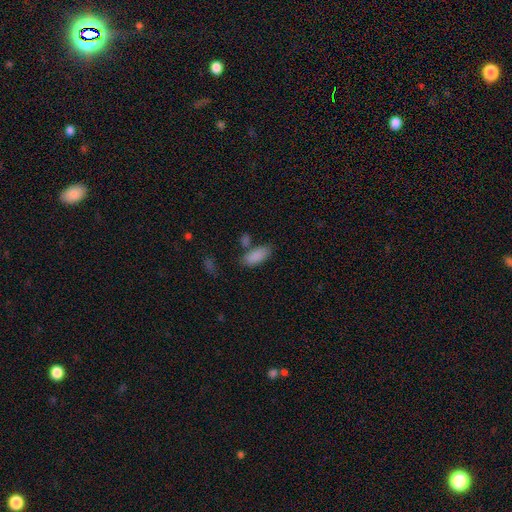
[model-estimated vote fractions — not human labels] This is clearly a smooth galaxy (87%). How rounded: clearly in between (86%). Merging: likely none (63%).